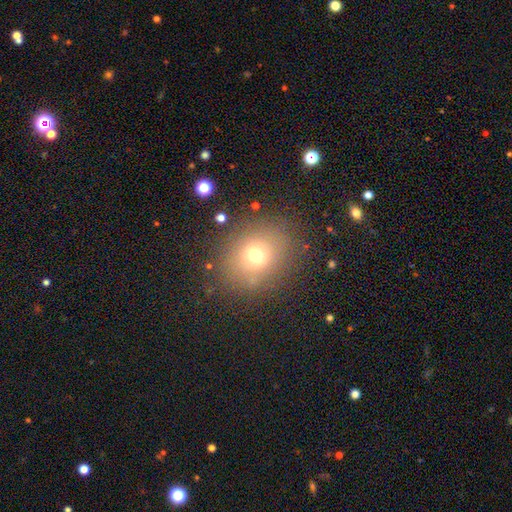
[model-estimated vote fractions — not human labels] Smooth or featured: smooth — 68% (star or artifact — 18%)
How rounded: round — 66% (in between — 32%)
Merging: none — 81% (minor disturbance — 11%)